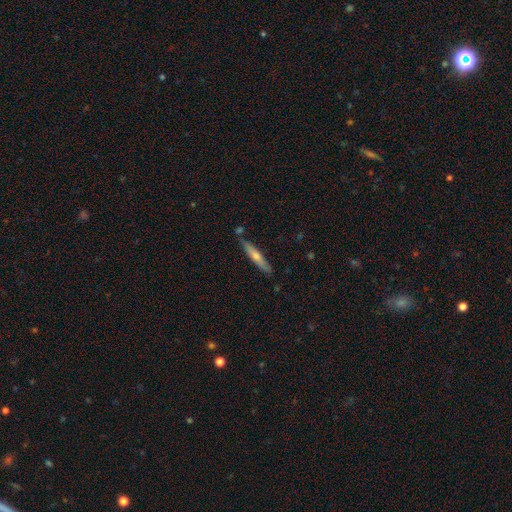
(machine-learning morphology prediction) A featured or disk galaxy (58%) viewed edge-on (94%) with a rounded central bulge (80%). Merging: none (85%).